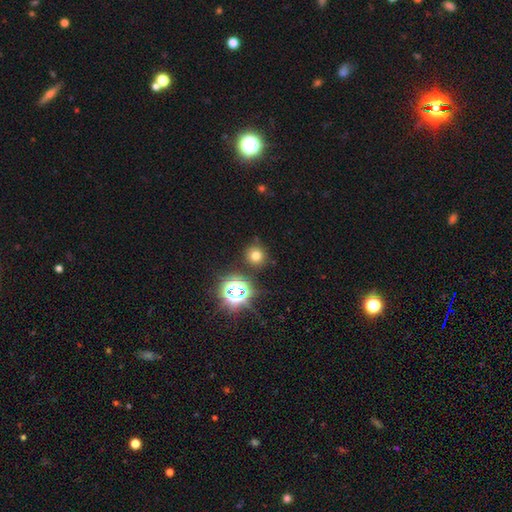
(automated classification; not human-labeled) Smooth or featured?
  - smooth: 66% *
  - star or artifact: 26%
  - featured or disk: 8%
How rounded?
  - round: 91% *
  - in between: 8%
  - cigar-shaped: 1%
Merging?
  - none: 86% *
  - minor disturbance: 7%
  - merger: 4%
  - major disturbance: 3%